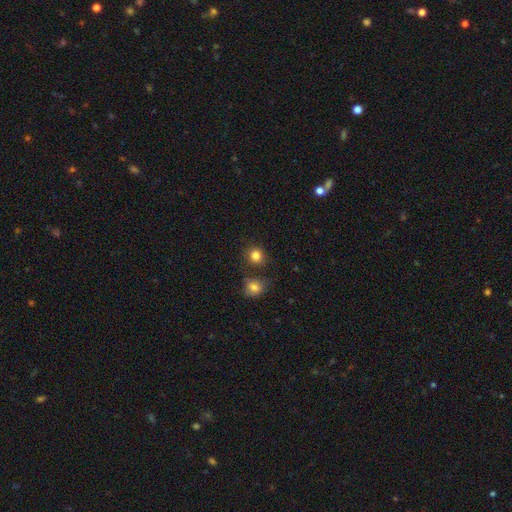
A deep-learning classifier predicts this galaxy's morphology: Overall: smooth (83%). How rounded: round (82%). Merging: none (78%).